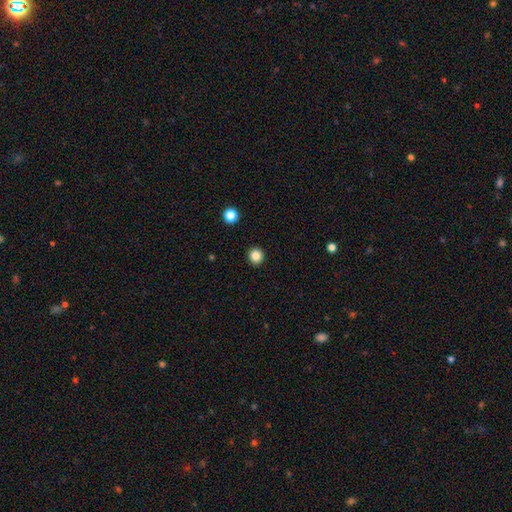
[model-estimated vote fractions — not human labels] Smooth or featured? Predicted: smooth (p=0.84). How rounded? Predicted: round (p=0.91). Merging? Predicted: none (p=0.93).